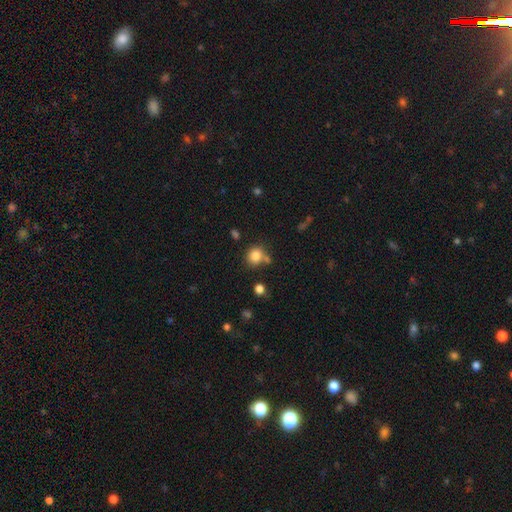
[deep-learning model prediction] Smooth or featured: smooth — 83% (star or artifact — 11%)
How rounded: round — 79% (in between — 20%)
Merging: none — 68% (merger — 15%)